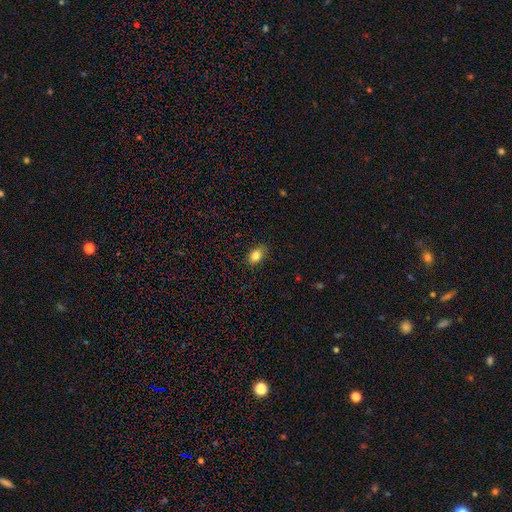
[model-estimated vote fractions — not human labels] A smooth galaxy with no disk features (82%) that is in between round and cigar-shaped (78%). Merging: none (84%).